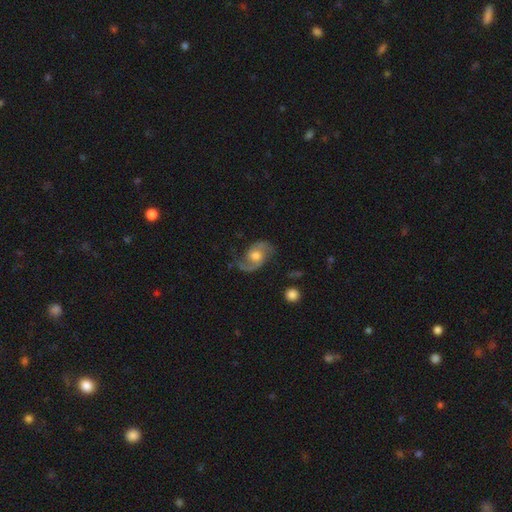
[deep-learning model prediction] Smooth or featured: featured or disk — 81% (smooth — 13%)
Edge-on disk: no — 97% (yes — 3%)
Bar: no — 59% (weak — 35%)
Spiral arms: yes — 94% (no — 6%)
Spiral winding: medium — 46% (loose — 41%)
Spiral arm count: 2 — 85% (1 — 9%)
Bulge size: moderate — 61% (large — 26%)
Merging: none — 65% (minor disturbance — 20%)